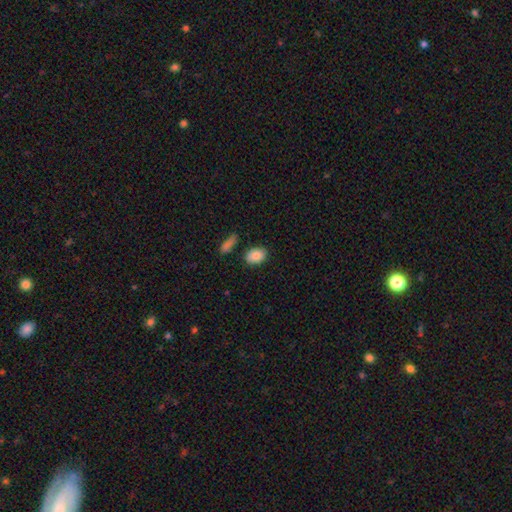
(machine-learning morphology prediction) smooth_or_featured: smooth (p=0.87) [alt: star or artifact p=0.07]
how_rounded: in between (p=0.81) [alt: round p=0.18]
merging: none (p=0.80) [alt: minor disturbance p=0.12]